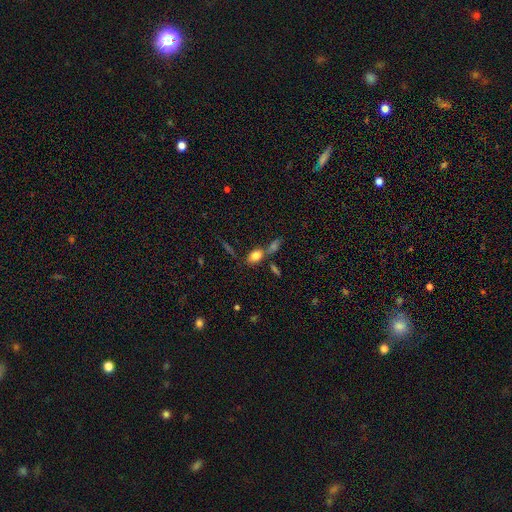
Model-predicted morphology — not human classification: smooth 77%, featured or disk 13%, star or artifact 11%. Down the decision tree: how rounded — in between (82%); merging — none (54%).